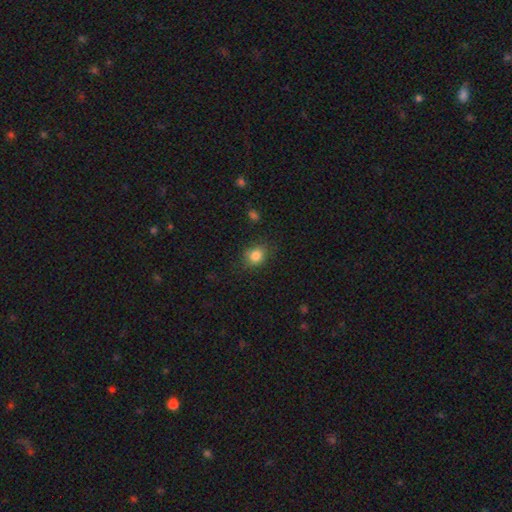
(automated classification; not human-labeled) Overall: smooth (83%). How rounded: round (63%; in between 36%). Merging: none (79%).